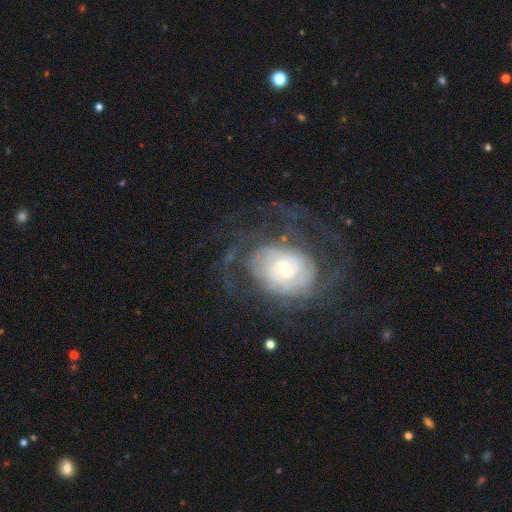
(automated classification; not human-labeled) Smooth or featured? Predicted: featured or disk (p=0.81). Edge-on disk? Predicted: no (p=0.97). Bar? Predicted: no (p=0.72). Spiral arms? Predicted: yes (p=0.88). Spiral winding? Predicted: tight (p=0.56). Spiral arm count? Predicted: can't tell (p=0.42). Bulge size? Predicted: small (p=0.44). Merging? Predicted: none (p=0.61).